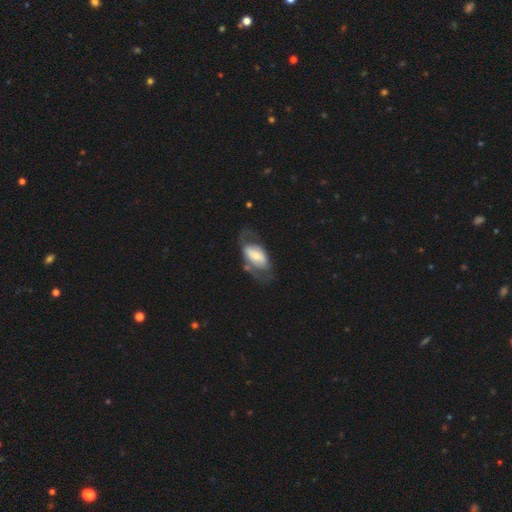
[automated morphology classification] Q: Smooth or featured?
A: featured or disk (58%); runner-up: smooth (36%)
Q: Edge-on disk?
A: no (91%); runner-up: yes (9%)
Q: Bar?
A: no (37%); runner-up: strong (34%)
Q: Spiral arms?
A: yes (54%); runner-up: no (46%)
Q: Bulge size?
A: small (43%); runner-up: moderate (37%)
Q: Merging?
A: none (49%); runner-up: major disturbance (26%)